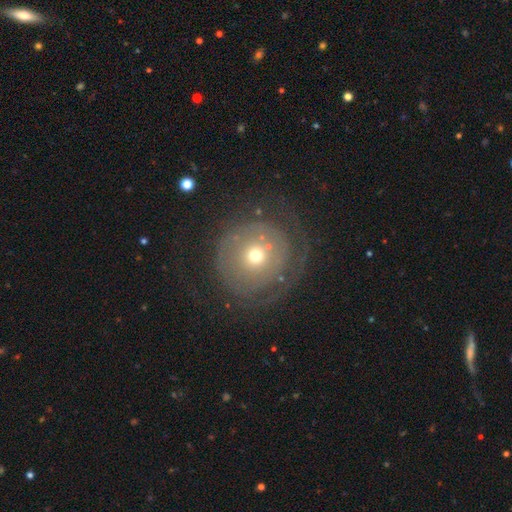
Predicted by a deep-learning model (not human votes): Morphology: type=featured or disk (55%); edge-on=no (96%); bar=no (88%); spiral arms=no (50%, tied with yes); bulge=small (53%); merging=none (56%).